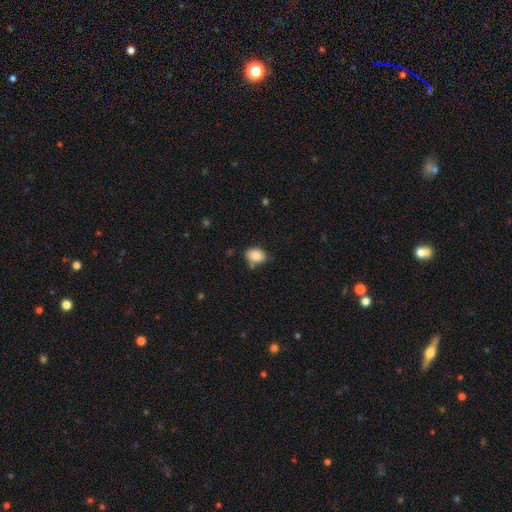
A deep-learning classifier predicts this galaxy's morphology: smooth_or_featured: smooth (p=0.87) [alt: star or artifact p=0.08]
how_rounded: in between (p=0.68) [alt: round p=0.31]
merging: none (p=0.71) [alt: minor disturbance p=0.20]